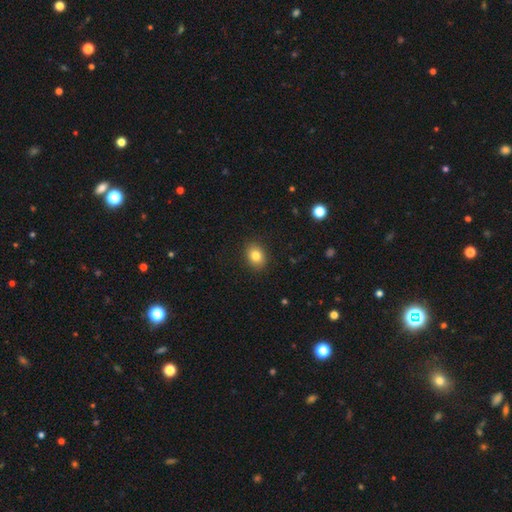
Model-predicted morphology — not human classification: A smooth galaxy with no disk features (82%) that is in between round and cigar-shaped (59%).

Vote fractions:
- Smooth or featured? smooth: 82% / star or artifact: 10% / featured or disk: 8%
- How rounded? in between: 59% / round: 41% / cigar-shaped: 1%
- Merging? none: 89% / minor disturbance: 8% / major disturbance: 2% / merger: 1%